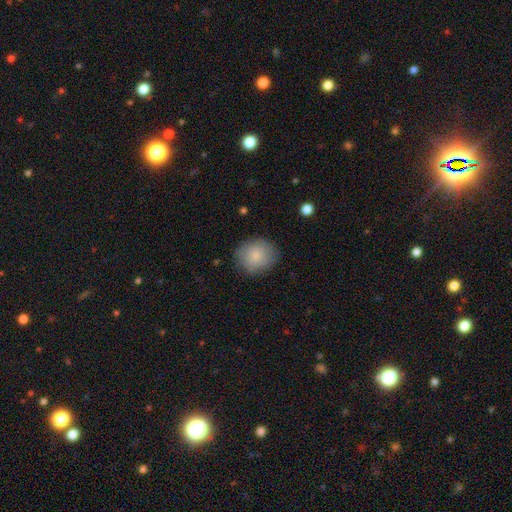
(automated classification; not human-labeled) Smooth or featured? Predicted: smooth (p=0.84). How rounded? Predicted: round (p=0.80). Merging? Predicted: none (p=0.82).